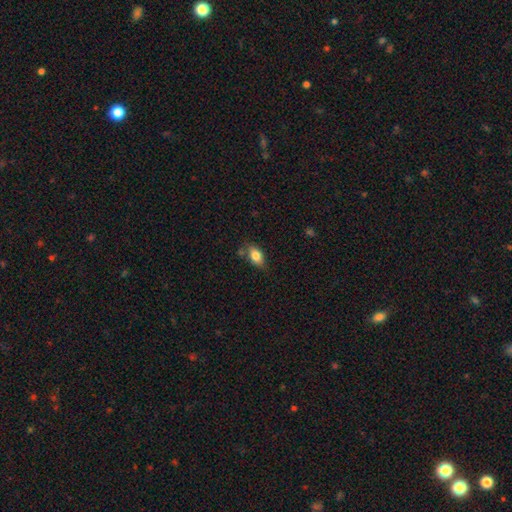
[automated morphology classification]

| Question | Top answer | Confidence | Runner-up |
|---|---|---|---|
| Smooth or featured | smooth | 82% | featured or disk (10%) |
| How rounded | in between | 86% | round (11%) |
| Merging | none | 69% | minor disturbance (20%) |